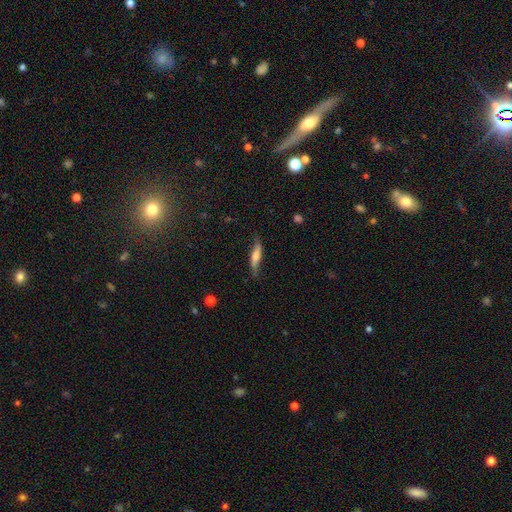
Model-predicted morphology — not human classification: Smooth or featured? featured or disk (47%)
Merging? none (67%)